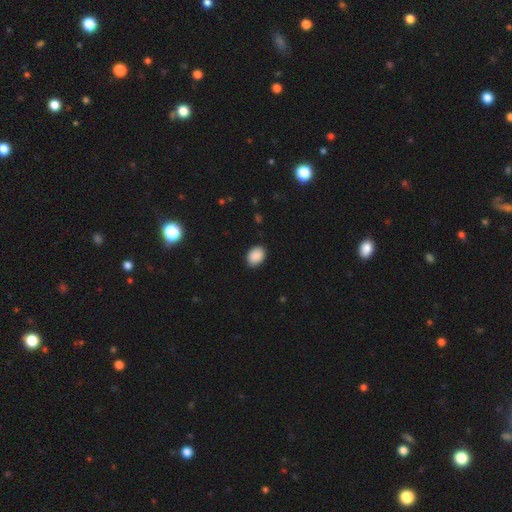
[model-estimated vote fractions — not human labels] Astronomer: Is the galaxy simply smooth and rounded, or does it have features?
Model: smooth — 90%.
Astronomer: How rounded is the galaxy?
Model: in between — 70%.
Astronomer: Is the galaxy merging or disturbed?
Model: none — 88%.